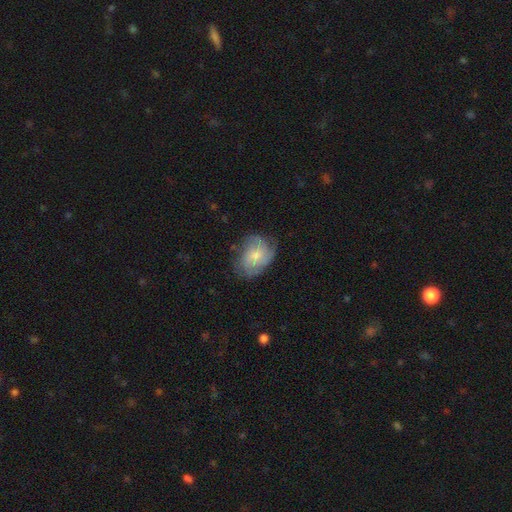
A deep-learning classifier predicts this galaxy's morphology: Smooth or featured: featured or disk — 48% (smooth — 44%)
Merging: none — 56% (minor disturbance — 28%)